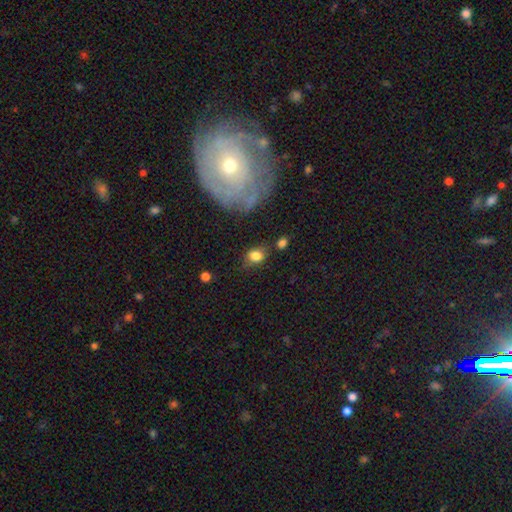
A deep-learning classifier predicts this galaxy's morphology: Smooth or featured? smooth (80%)
How rounded? in between (57%)
Merging? none (63%)